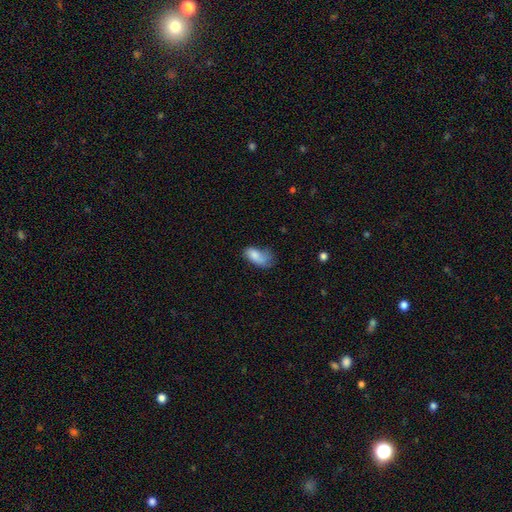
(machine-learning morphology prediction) A smooth galaxy with no disk features (79%) that is in between round and cigar-shaped (91%).

Vote fractions:
- Smooth or featured? smooth: 79% / featured or disk: 12% / star or artifact: 8%
- How rounded? in between: 91% / cigar-shaped: 5% / round: 5%
- Merging? minor disturbance: 38% / none: 32% / major disturbance: 25% / merger: 5%